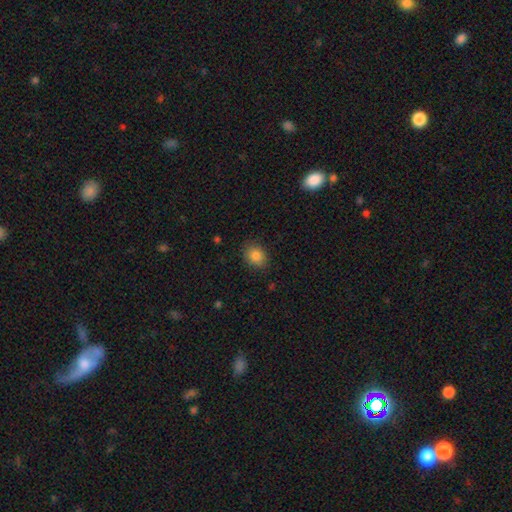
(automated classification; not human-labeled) This is clearly a smooth galaxy (84%). How rounded: possibly round (50%). Merging: clearly none (86%).